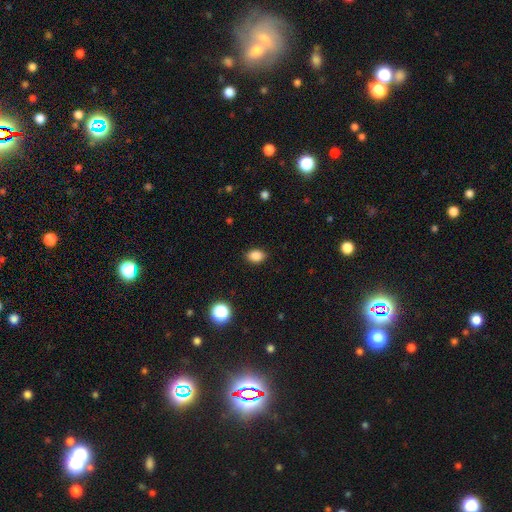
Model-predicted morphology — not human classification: A smooth galaxy with no disk features (86%) that is in between round and cigar-shaped (73%).

Vote fractions:
- Smooth or featured? smooth: 86% / star or artifact: 11% / featured or disk: 3%
- How rounded? in between: 73% / round: 26% / cigar-shaped: 1%
- Merging? none: 88% / minor disturbance: 9% / major disturbance: 2% / merger: 1%